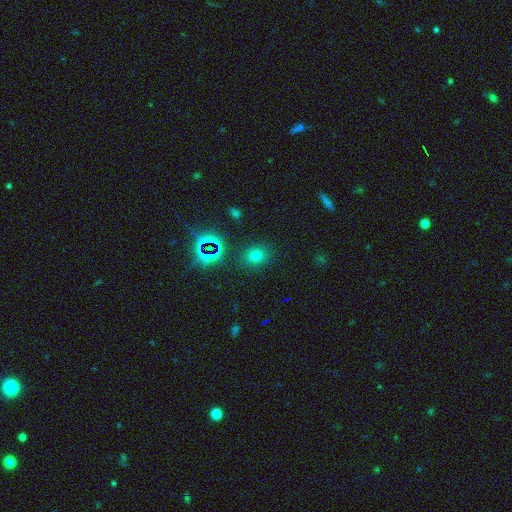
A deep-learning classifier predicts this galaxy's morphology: Smooth or featured? smooth (64%)
How rounded? round (73%)
Merging? none (86%)